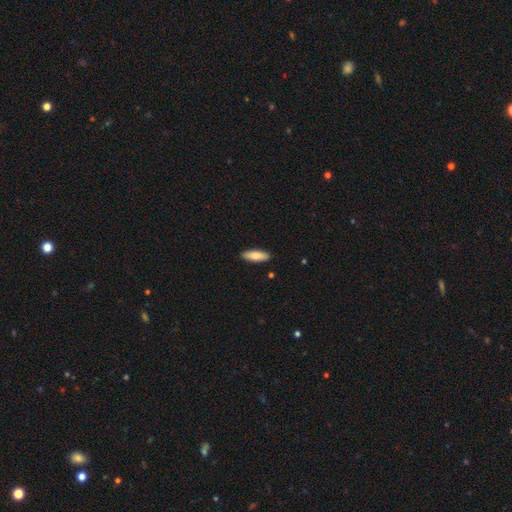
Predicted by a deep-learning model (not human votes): This is likely a smooth galaxy (77%). How rounded: possibly in between (53%). Merging: clearly none (90%).